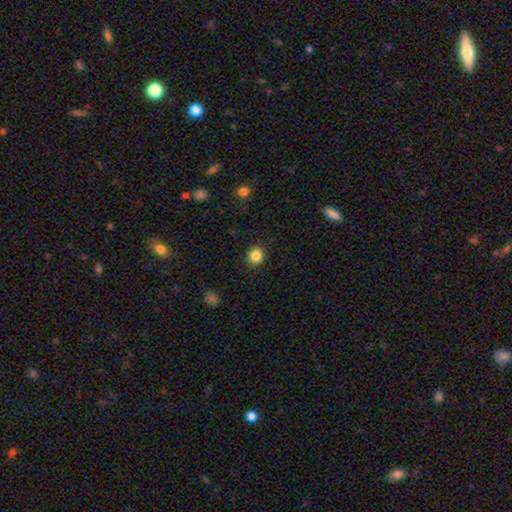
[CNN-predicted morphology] Overall: smooth (85%). How rounded: round (84%). Merging: none (90%).